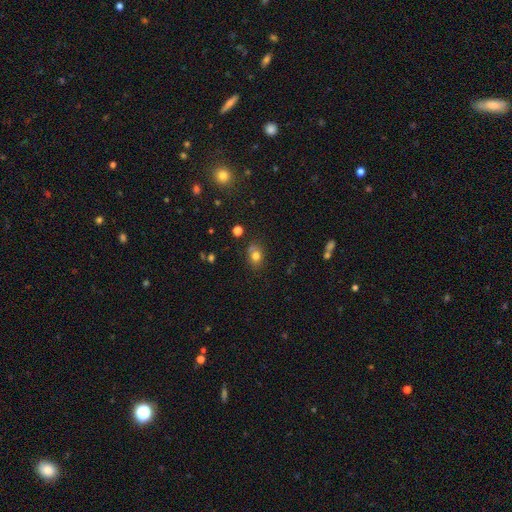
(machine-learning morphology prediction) Smooth or featured? smooth (77%)
How rounded? in between (57%)
Merging? none (66%)